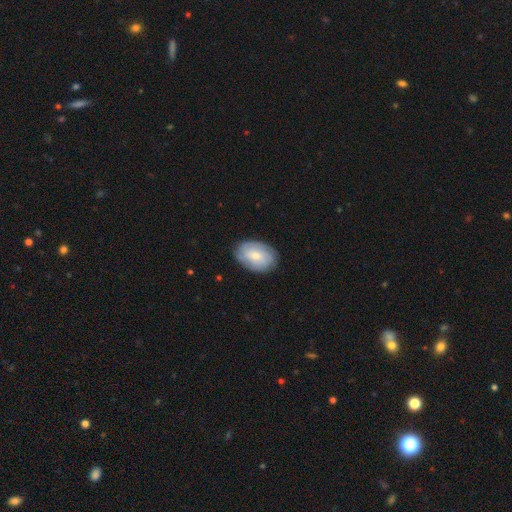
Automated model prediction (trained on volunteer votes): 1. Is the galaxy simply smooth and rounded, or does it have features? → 58% smooth, 35% featured or disk, 6% star or artifact.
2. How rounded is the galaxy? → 84% in between, 15% round, 1% cigar-shaped.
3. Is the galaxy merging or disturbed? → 83% none, 13% minor disturbance, 3% major disturbance, 1% merger.